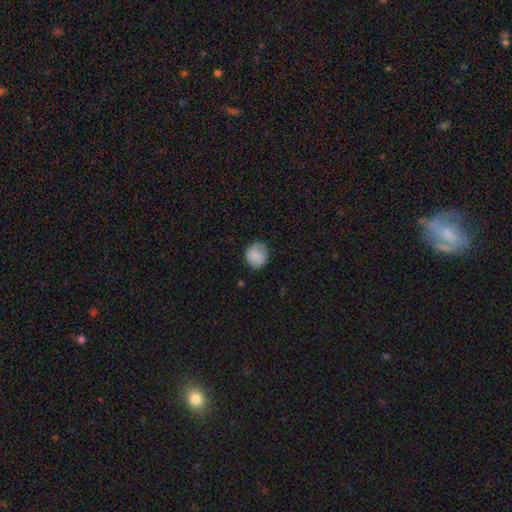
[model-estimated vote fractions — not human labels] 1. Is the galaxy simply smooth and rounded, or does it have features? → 83% smooth, 9% featured or disk, 8% star or artifact.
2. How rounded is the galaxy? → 85% round, 14% in between, 1% cigar-shaped.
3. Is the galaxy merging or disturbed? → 80% none, 15% minor disturbance, 4% major disturbance, 1% merger.